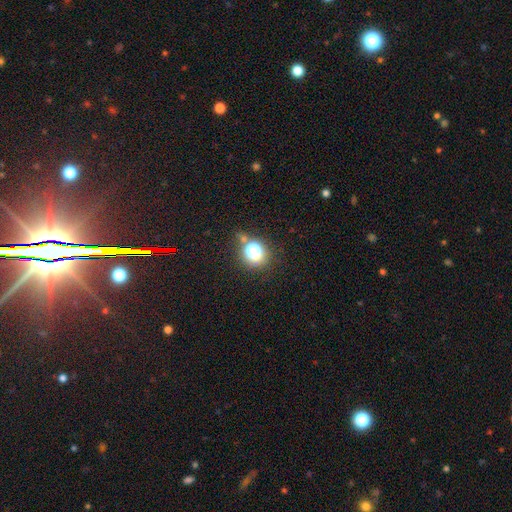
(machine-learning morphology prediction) smooth-or-featured: smooth: 60% | star or artifact: 30% | featured or disk: 10%
  how-rounded: round: 74% | in between: 24% | cigar-shaped: 1%
  merging: none: 68% | minor disturbance: 13% | merger: 12% | major disturbance: 7%